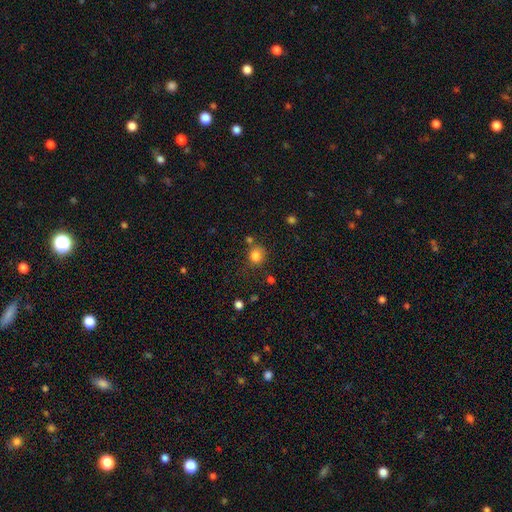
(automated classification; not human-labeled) A smooth galaxy with no disk features (83%) that is round (82%).

Vote fractions:
- Smooth or featured? smooth: 83% / star or artifact: 12% / featured or disk: 6%
- How rounded? round: 82% / in between: 18% / cigar-shaped: 1%
- Merging? none: 71% / minor disturbance: 15% / merger: 9% / major disturbance: 5%